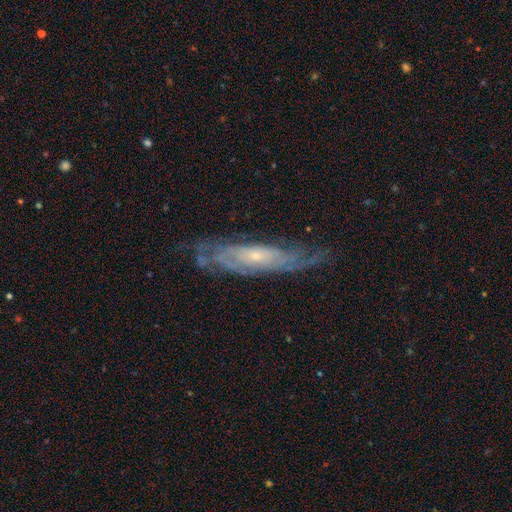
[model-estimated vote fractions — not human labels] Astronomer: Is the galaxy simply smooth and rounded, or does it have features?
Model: featured or disk — 82%.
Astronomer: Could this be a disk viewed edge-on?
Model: no — 76%.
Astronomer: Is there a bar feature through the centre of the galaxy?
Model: no — 69%.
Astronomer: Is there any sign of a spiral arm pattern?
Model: yes — 93%.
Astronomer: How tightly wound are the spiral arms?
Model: tight — 65%.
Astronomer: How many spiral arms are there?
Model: can't tell — 50%.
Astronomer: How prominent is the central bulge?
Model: small — 75%.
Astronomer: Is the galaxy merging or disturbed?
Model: none — 70%.